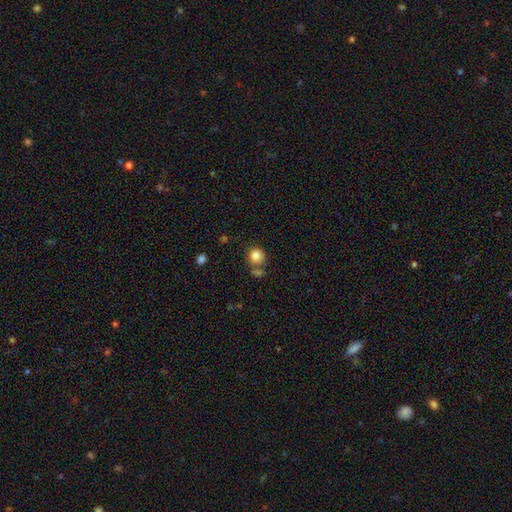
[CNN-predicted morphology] Overall: smooth (84%). How rounded: round (87%). Merging: none (63%).